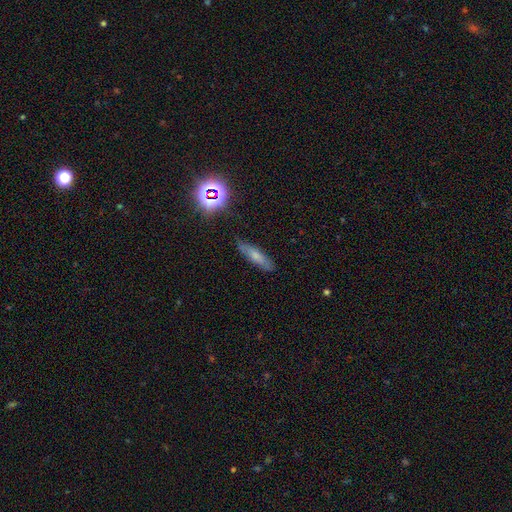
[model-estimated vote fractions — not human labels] smooth-or-featured: smooth: 62% | featured or disk: 25% | star or artifact: 13%
  how-rounded: cigar-shaped: 74% | in between: 23% | round: 3%
  merging: none: 82% | minor disturbance: 14% | major disturbance: 3% | merger: 2%